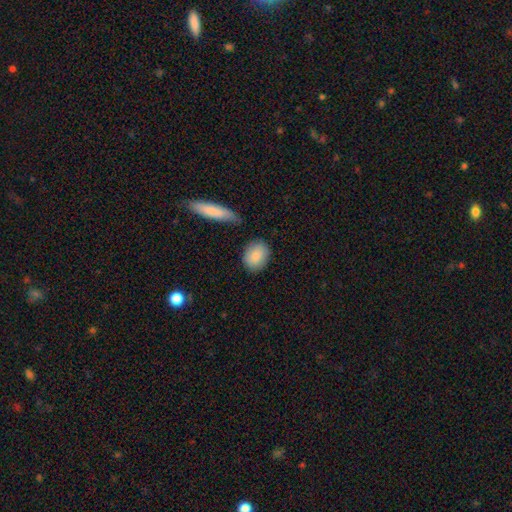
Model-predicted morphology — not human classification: The model was most divided on "how rounded": in between: 59%, round: 39%, cigar-shaped: 2%. More confident: smooth or featured — smooth (88%); merging — none (79%).